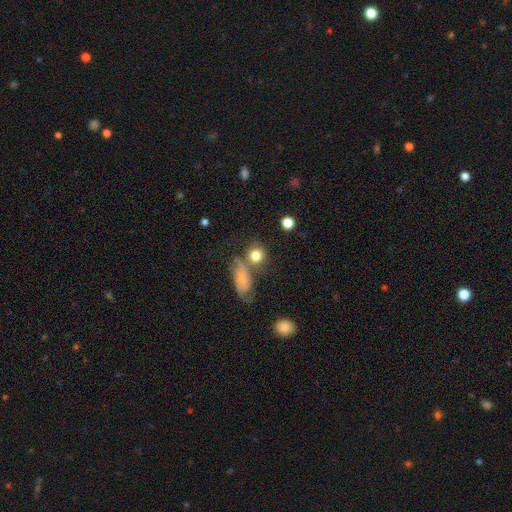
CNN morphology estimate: smooth 78%, featured or disk 12%, star or artifact 9%. Down the decision tree: how rounded — round (80%); merging — none (55%).